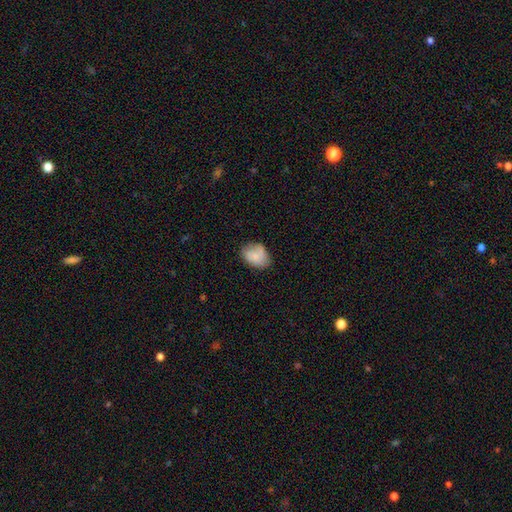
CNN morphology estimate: The model was most divided on "merging": none: 65%, minor disturbance: 26%, major disturbance: 7%, merger: 2%. More confident: smooth or featured — smooth (76%); how rounded — in between (71%).